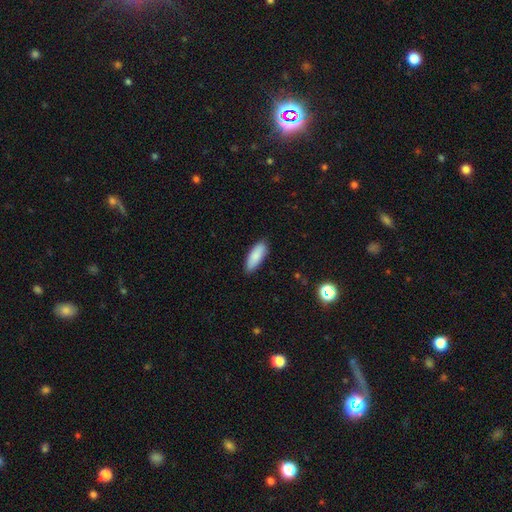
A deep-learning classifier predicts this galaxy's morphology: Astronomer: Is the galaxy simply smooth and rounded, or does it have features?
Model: smooth — 87%.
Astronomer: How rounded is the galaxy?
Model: in between — 70%.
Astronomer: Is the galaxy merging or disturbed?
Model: none — 87%.